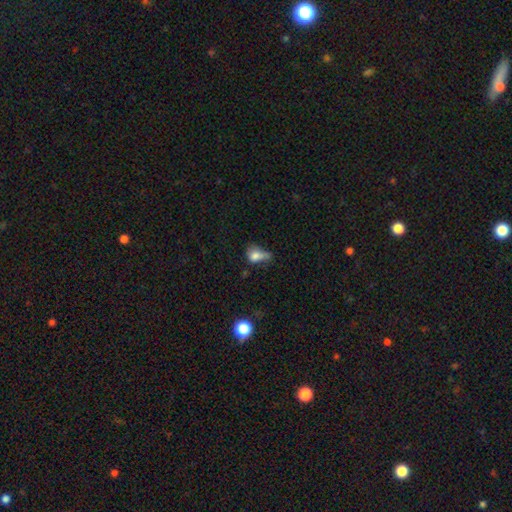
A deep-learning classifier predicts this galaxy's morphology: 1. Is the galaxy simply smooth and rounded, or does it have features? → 70% smooth, 18% featured or disk, 12% star or artifact.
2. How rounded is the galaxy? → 63% in between, 35% round, 3% cigar-shaped.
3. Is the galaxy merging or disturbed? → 30% major disturbance, 27% minor disturbance, 23% none, 19% merger.